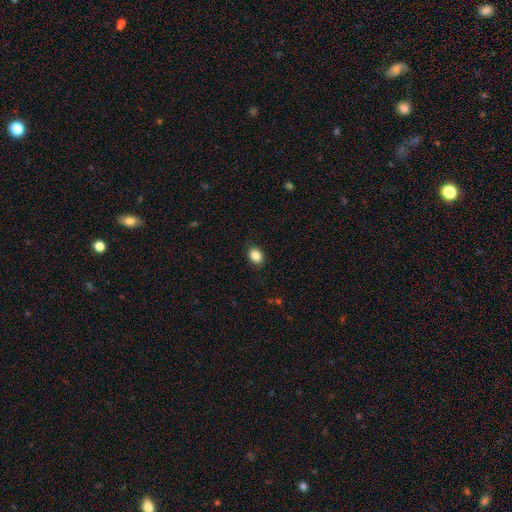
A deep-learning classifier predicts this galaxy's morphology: smooth 86%, star or artifact 9%, featured or disk 4%. Down the decision tree: how rounded — in between (59%); merging — none (89%).